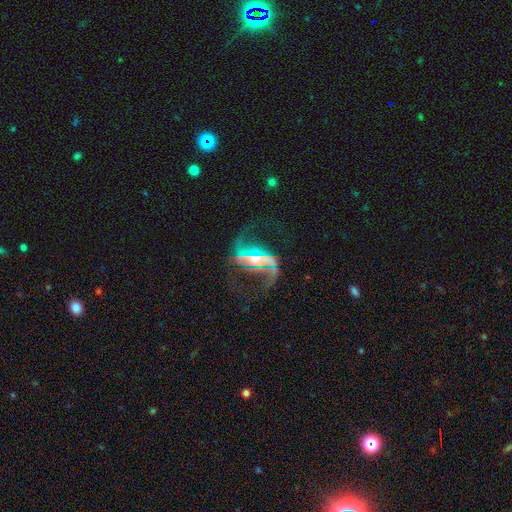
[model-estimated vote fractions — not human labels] featured or disk 89%, star or artifact 6%, smooth 5%. Down the decision tree: edge-on disk — no (92%); bar — strong (63%); spiral arms — yes (94%); spiral arm count — 2 (91%); spiral winding — loose (69%); bulge size — moderate (50%); merging — none (62%).